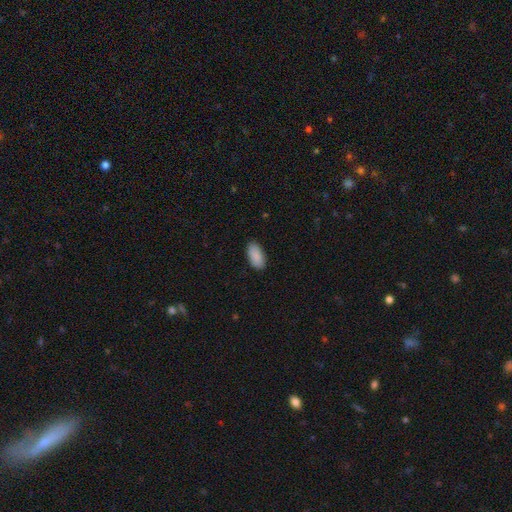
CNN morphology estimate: smooth 90%, star or artifact 6%, featured or disk 4%. Down the decision tree: how rounded — in between (94%); merging — none (88%).